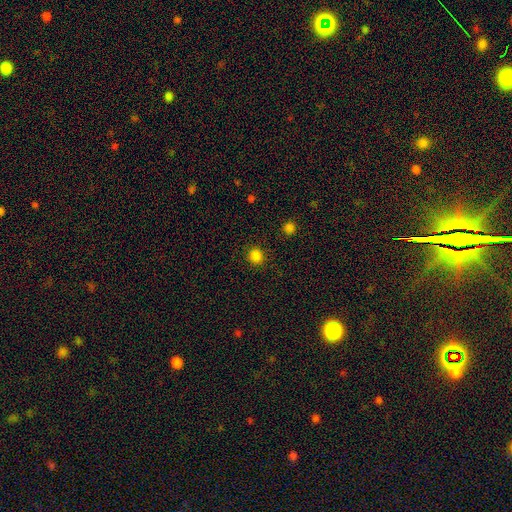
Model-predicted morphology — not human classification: type=smooth (84%); roundness=round (91%); merging=none (91%).